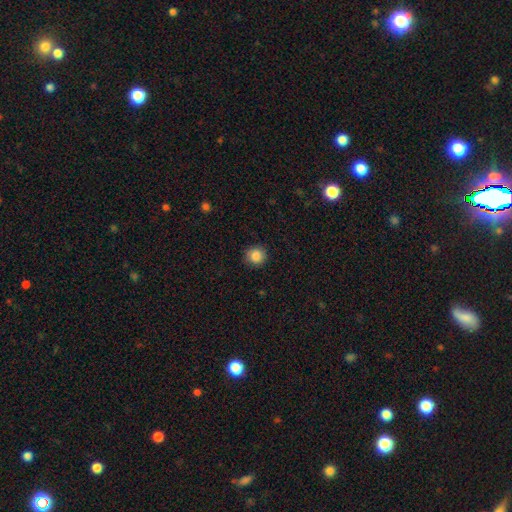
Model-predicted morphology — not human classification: A smooth galaxy with no disk features (87%) that is round (91%). Merging: none (88%).